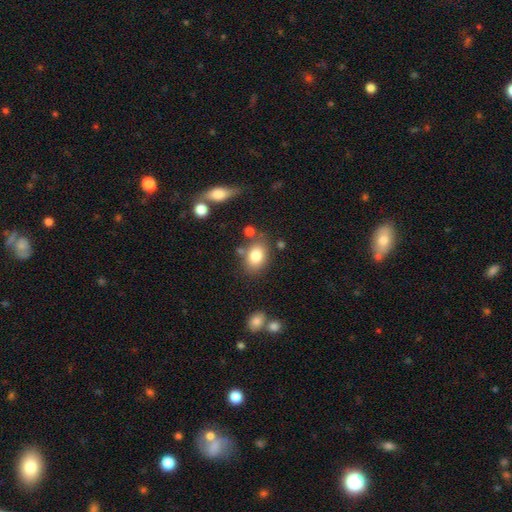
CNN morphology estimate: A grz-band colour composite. It shows a smooth galaxy with no disk features (81%) that is in between round and cigar-shaped (75%). Merging: none (73%).